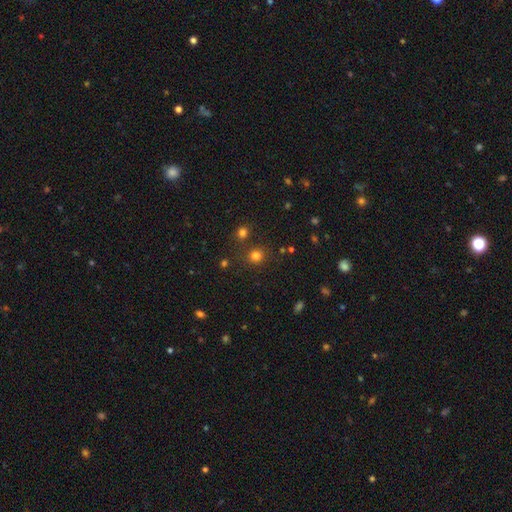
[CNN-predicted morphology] Overall: smooth (77%). How rounded: round (86%). Merging: none (80%).